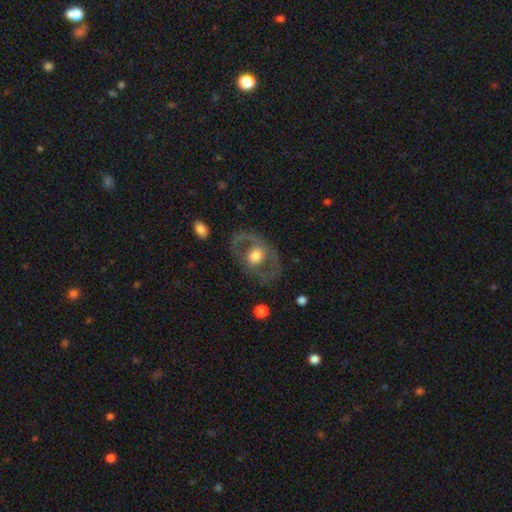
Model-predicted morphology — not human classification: Smooth or featured: featured or disk — 62% (smooth — 32%)
Edge-on disk: no — 93% (yes — 7%)
Bar: no — 70% (weak — 22%)
Spiral arms: no — 65% (yes — 35%)
Bulge size: moderate — 50% (large — 38%)
Merging: none — 72% (minor disturbance — 14%)